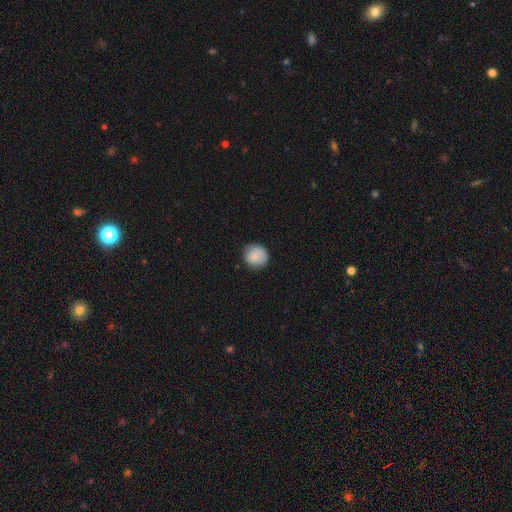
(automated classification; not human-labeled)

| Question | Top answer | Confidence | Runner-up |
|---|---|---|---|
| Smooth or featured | smooth | 85% | featured or disk (8%) |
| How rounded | round | 90% | in between (9%) |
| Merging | none | 80% | minor disturbance (16%) |